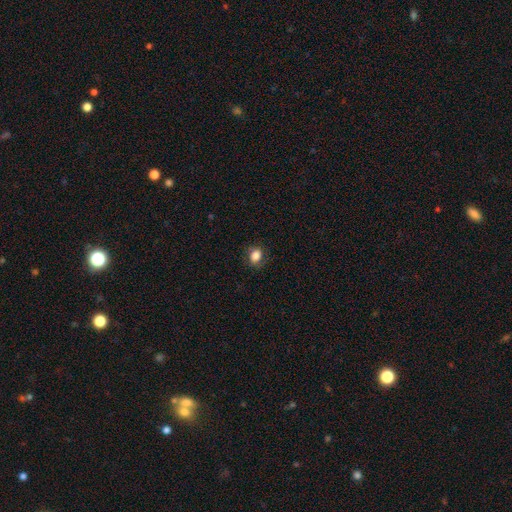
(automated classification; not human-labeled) smooth 80%, featured or disk 11%, star or artifact 10%. Down the decision tree: how rounded — in between (51%); merging — none (78%).